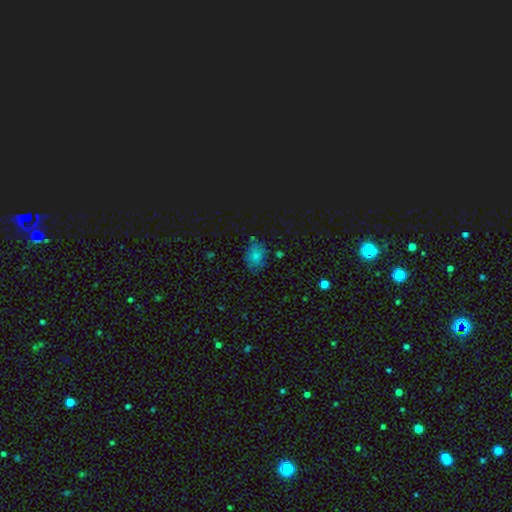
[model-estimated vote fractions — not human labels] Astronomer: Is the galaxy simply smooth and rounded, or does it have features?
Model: smooth — 72%.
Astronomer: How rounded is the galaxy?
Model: in between — 66%.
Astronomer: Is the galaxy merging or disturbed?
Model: none — 71%.